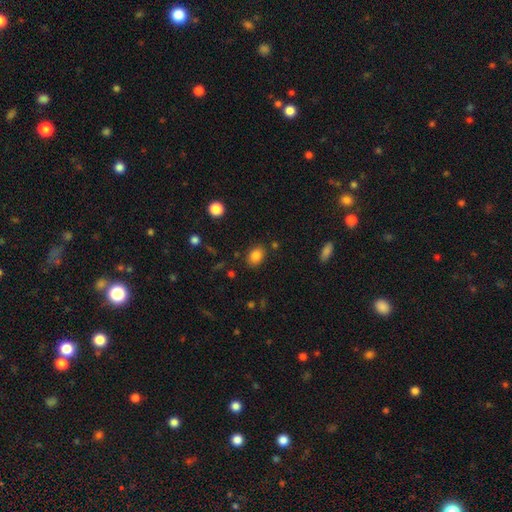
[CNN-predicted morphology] A smooth galaxy with no disk features (84%) that is in between round and cigar-shaped (69%). Merging: none (82%).